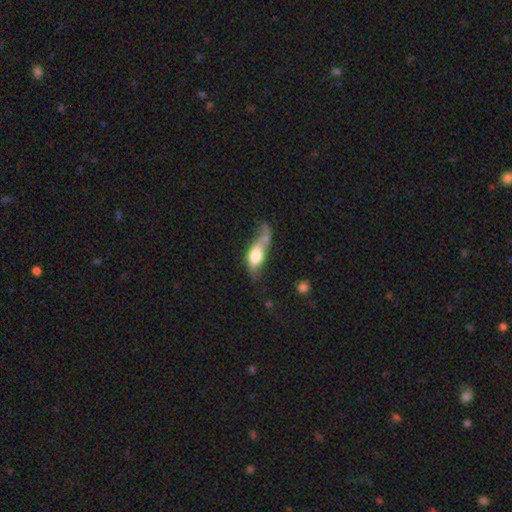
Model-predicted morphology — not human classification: Q: Smooth or featured?
A: smooth (63%); runner-up: featured or disk (29%)
Q: How rounded?
A: in between (70%); runner-up: cigar-shaped (21%)
Q: Merging?
A: merger (31%); runner-up: major disturbance (29%)